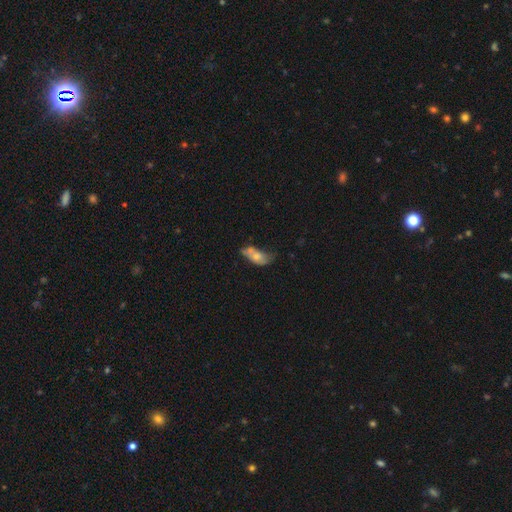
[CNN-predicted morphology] Smooth or featured?
  - smooth: 61% *
  - featured or disk: 30%
  - star or artifact: 9%
How rounded?
  - in between: 86% *
  - cigar-shaped: 9%
  - round: 5%
Merging?
  - none: 29% *
  - minor disturbance: 28%
  - merger: 27%
  - major disturbance: 17%